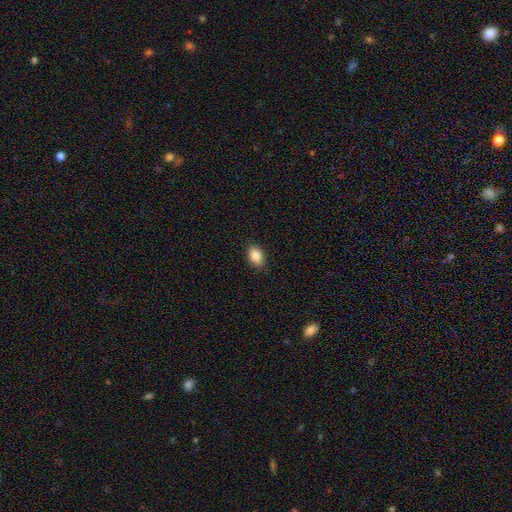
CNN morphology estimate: Smooth or featured: smooth — 86% (star or artifact — 8%)
How rounded: in between — 78% (round — 20%)
Merging: none — 88% (minor disturbance — 9%)